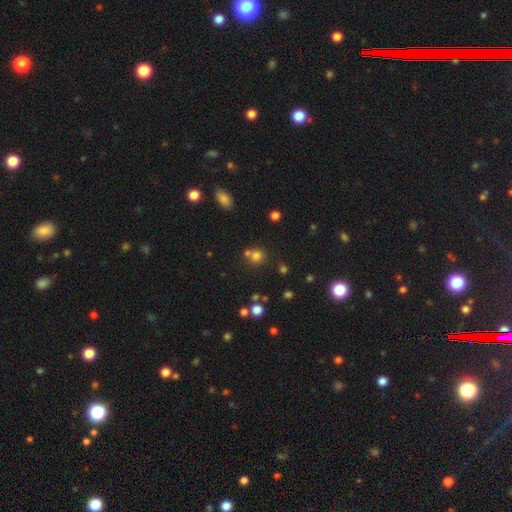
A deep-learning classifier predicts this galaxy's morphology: A smooth galaxy with no disk features (73%) that is round (86%). Merging: none (60%).